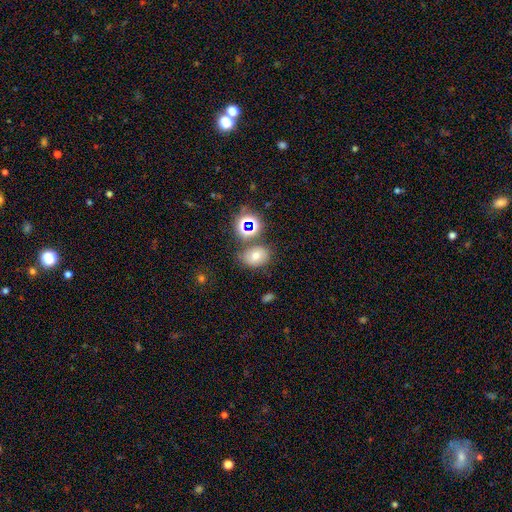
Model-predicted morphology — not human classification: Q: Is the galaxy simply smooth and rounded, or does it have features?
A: smooth — 63%.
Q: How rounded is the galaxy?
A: in between — 66%.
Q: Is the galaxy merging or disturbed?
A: none — 70%.